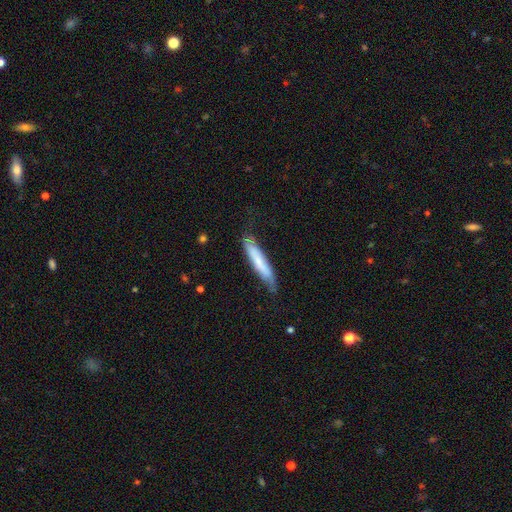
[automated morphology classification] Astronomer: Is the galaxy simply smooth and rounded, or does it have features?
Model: smooth — 59%.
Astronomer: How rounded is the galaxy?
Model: cigar-shaped — 91%.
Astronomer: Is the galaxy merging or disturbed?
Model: none — 69%.